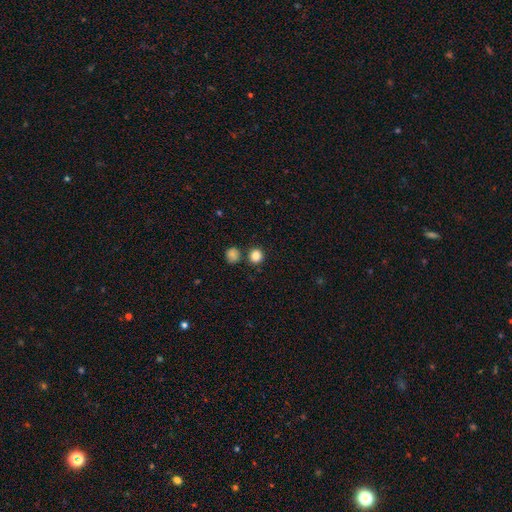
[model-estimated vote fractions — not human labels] This is clearly a smooth galaxy (85%). How rounded: clearly round (88%). Merging: likely none (79%).